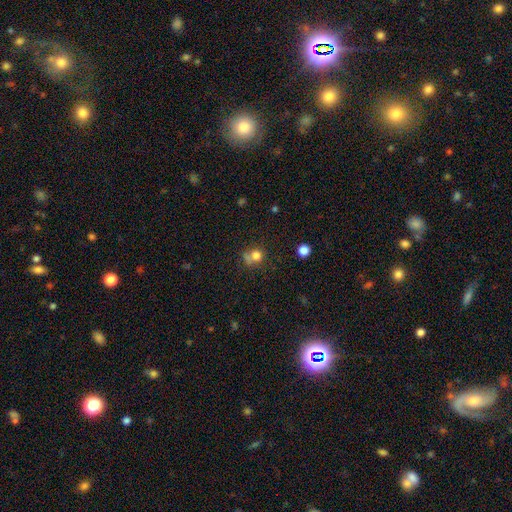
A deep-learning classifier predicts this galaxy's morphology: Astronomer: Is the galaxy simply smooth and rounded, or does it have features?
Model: smooth — 76%.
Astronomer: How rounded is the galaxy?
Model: round — 80%.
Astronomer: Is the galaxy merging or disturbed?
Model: none — 47% (runner-up: merger, 24%).